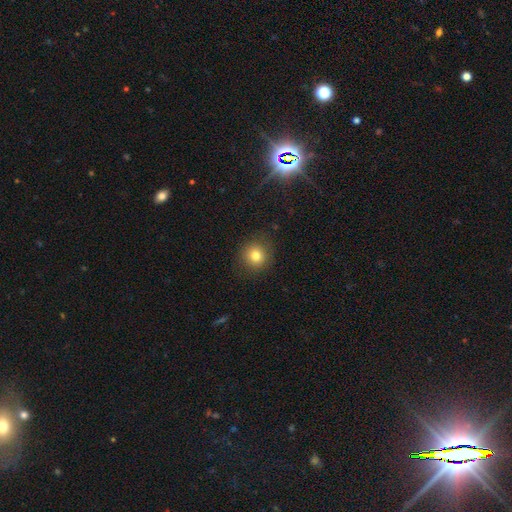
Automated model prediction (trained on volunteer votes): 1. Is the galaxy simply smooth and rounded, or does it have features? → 80% smooth, 12% star or artifact, 8% featured or disk.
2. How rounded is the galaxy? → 89% round, 10% in between, 1% cigar-shaped.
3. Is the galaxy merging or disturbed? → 86% none, 9% minor disturbance, 3% major disturbance, 1% merger.